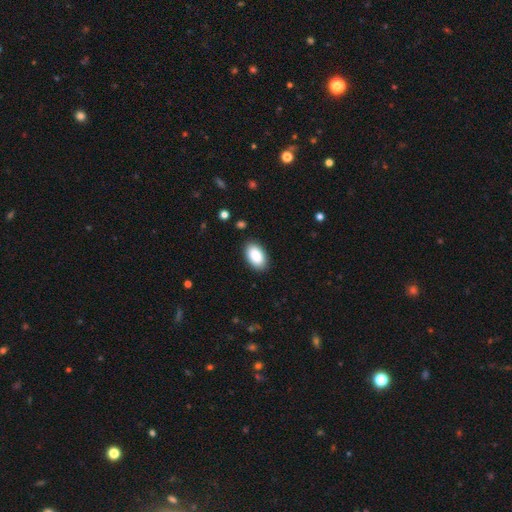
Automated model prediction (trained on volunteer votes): smooth 90%, star or artifact 6%, featured or disk 4%. Down the decision tree: how rounded — in between (95%); merging — none (88%).